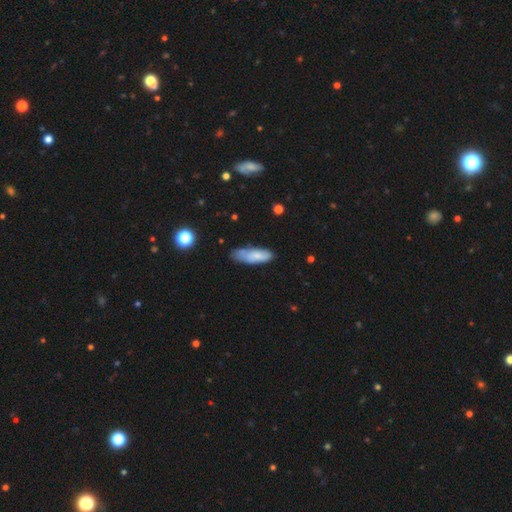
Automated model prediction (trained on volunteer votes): Smooth or featured?
  - smooth: 76% *
  - featured or disk: 17%
  - star or artifact: 7%
How rounded?
  - in between: 62% *
  - cigar-shaped: 36%
  - round: 2%
Merging?
  - none: 51% *
  - minor disturbance: 33%
  - major disturbance: 10%
  - merger: 7%